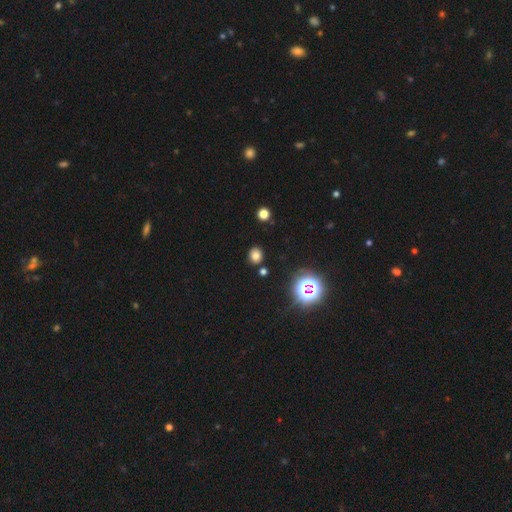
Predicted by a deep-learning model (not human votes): Q: Smooth or featured?
A: smooth (72%); runner-up: star or artifact (21%)
Q: How rounded?
A: round (67%); runner-up: in between (32%)
Q: Merging?
A: none (85%); runner-up: minor disturbance (9%)